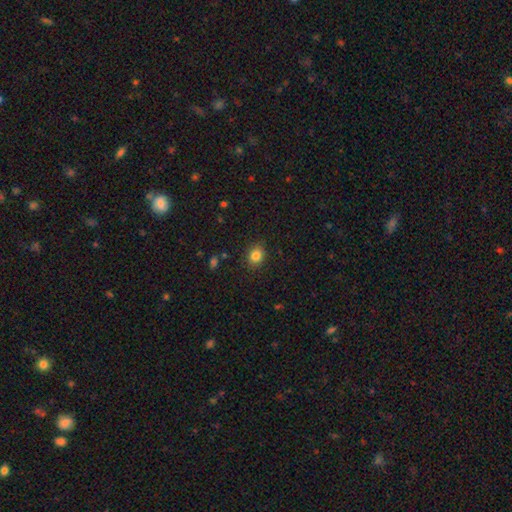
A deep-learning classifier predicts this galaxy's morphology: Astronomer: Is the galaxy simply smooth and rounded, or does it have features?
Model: smooth — 83%.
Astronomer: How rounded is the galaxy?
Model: round — 62% (runner-up: in between, 38%).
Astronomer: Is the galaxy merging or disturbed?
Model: none — 88%.